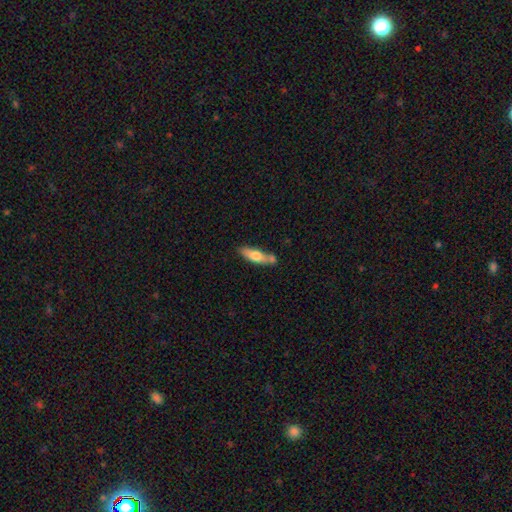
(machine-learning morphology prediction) Smooth or featured? Predicted: smooth (p=0.63). How rounded? Predicted: cigar-shaped (p=0.54). Merging? Predicted: none (p=0.53).